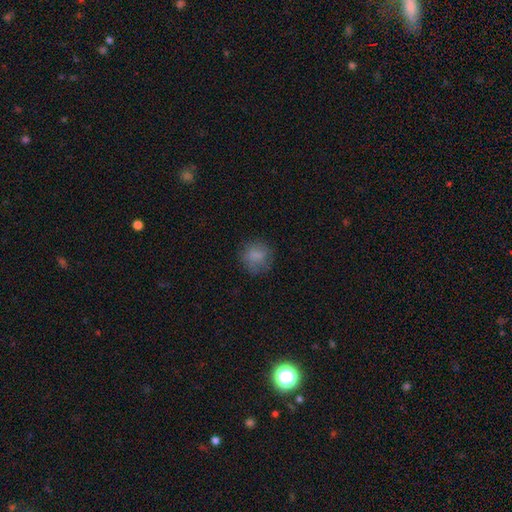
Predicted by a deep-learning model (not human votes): A smooth galaxy with no disk features (79%) that is round (82%).

Vote fractions:
- Smooth or featured? smooth: 79% / featured or disk: 12% / star or artifact: 10%
- How rounded? round: 82% / in between: 17% / cigar-shaped: 1%
- Merging? none: 74% / minor disturbance: 17% / major disturbance: 8% / merger: 1%